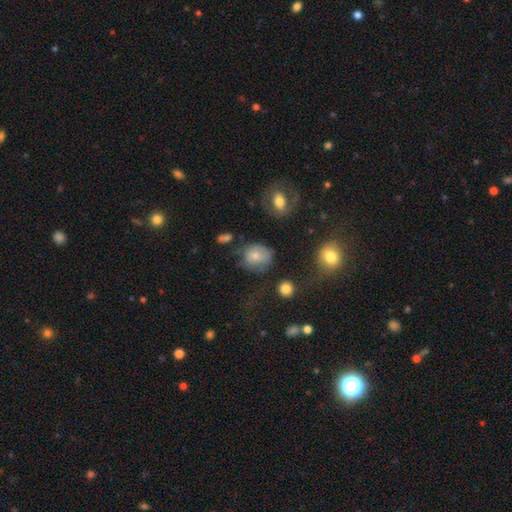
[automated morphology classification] Q: Smooth or featured?
A: smooth (72%); runner-up: featured or disk (18%)
Q: How rounded?
A: round (63%); runner-up: in between (36%)
Q: Merging?
A: none (42%); runner-up: minor disturbance (27%)